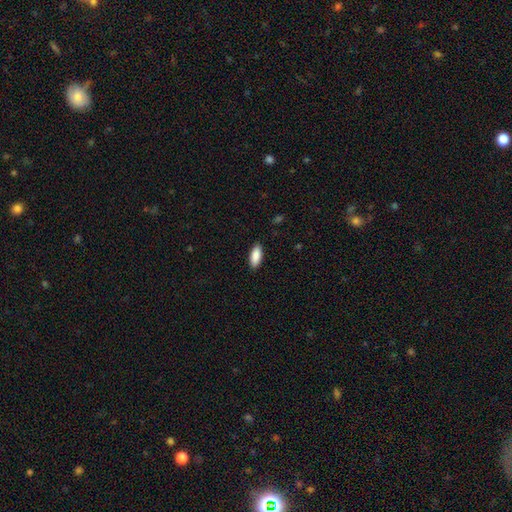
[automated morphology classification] smooth-or-featured: smooth: 90% | star or artifact: 6% | featured or disk: 5%
  how-rounded: in between: 82% | cigar-shaped: 16% | round: 2%
  merging: none: 89% | minor disturbance: 8% | major disturbance: 2% | merger: 1%